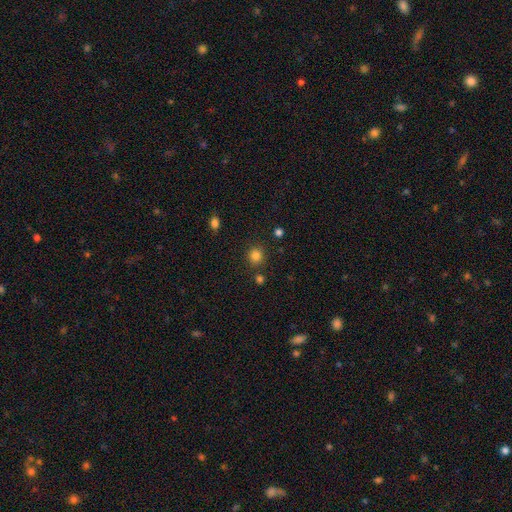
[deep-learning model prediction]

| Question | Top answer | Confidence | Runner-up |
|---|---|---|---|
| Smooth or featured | smooth | 82% | star or artifact (13%) |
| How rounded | round | 90% | in between (9%) |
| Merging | none | 84% | minor disturbance (8%) |